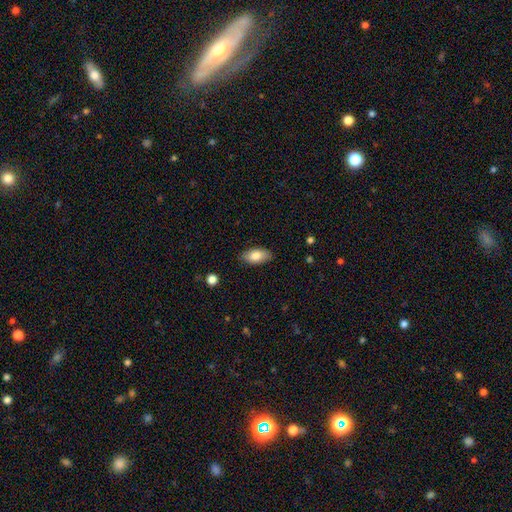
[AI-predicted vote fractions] Smooth or featured: smooth — 81% (featured or disk — 12%)
How rounded: in between — 91% (cigar-shaped — 5%)
Merging: none — 86% (minor disturbance — 11%)